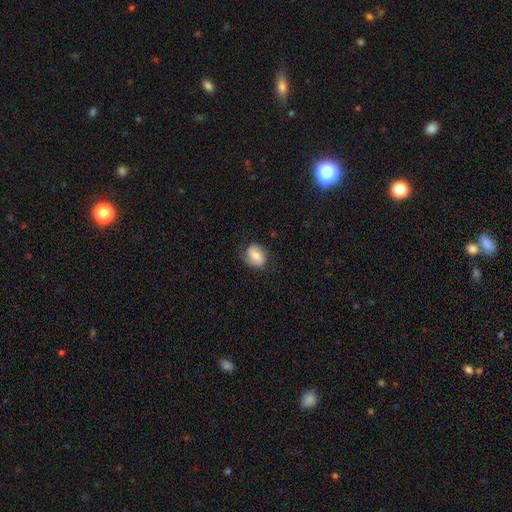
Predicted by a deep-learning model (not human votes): Overall: smooth (47%; featured or disk 46%). Merging: none (68%).